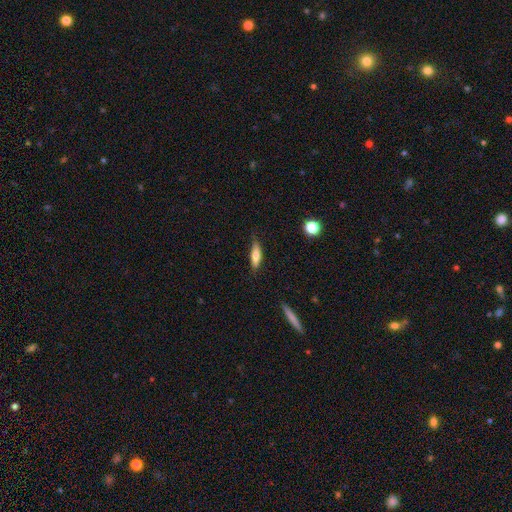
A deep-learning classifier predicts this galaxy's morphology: A smooth galaxy with no disk features (73%) that is cigar-shaped (58%).

Vote fractions:
- Smooth or featured? smooth: 73% / featured or disk: 20% / star or artifact: 7%
- How rounded? cigar-shaped: 58% / in between: 39% / round: 2%
- Merging? none: 76% / minor disturbance: 19% / major disturbance: 4% / merger: 2%